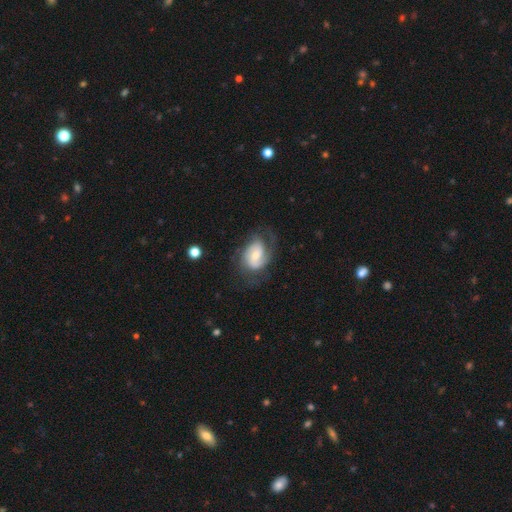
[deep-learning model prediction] Overall: featured or disk (73%). Edge-on disk: no (97%). Bar: weak (47%; no 40%). Spiral arms: yes (91%). Spiral arm count: 2 (55%; can't tell 19%). Spiral winding: medium (44%; tight 33%). Bulge size: moderate (47%; small 42%). Merging: none (56%; minor disturbance 22%).